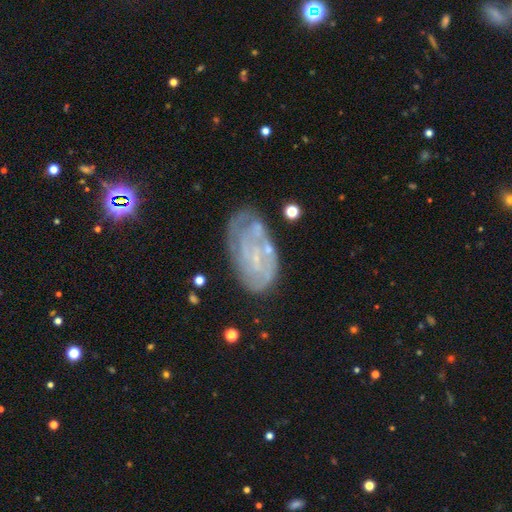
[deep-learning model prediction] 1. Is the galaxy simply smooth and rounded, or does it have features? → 71% featured or disk, 19% smooth, 9% star or artifact.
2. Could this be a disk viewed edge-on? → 96% no, 4% yes.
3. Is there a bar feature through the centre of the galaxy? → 57% no, 33% weak, 10% strong.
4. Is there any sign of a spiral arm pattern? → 72% yes, 28% no.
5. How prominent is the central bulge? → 59% small, 31% none, 7% moderate, 1% large, 1% dominant.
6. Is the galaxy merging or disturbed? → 59% none, 24% minor disturbance, 12% major disturbance, 5% merger.